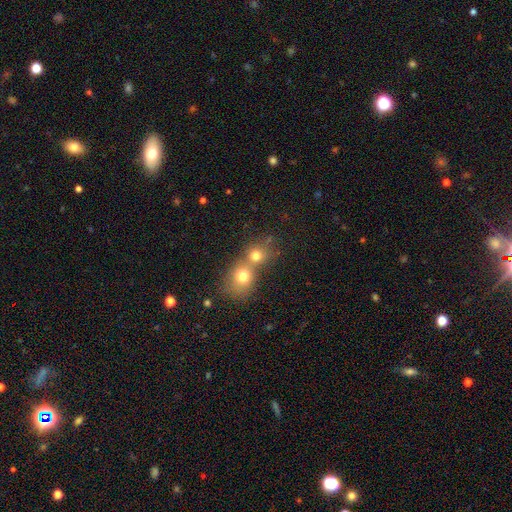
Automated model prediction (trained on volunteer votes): Morphology: type=smooth (74%); roundness=round (78%); merging=merger (58%).